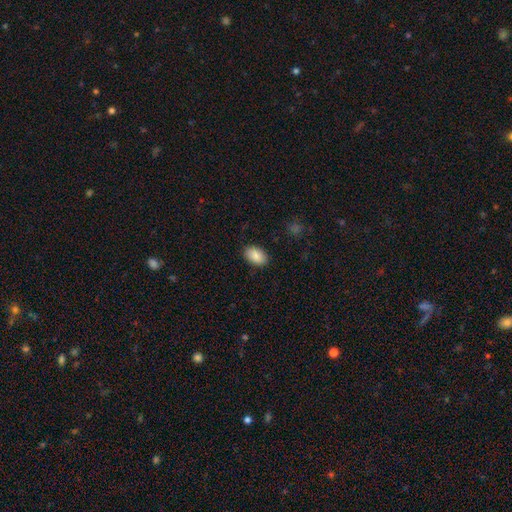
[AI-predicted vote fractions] This is clearly a smooth galaxy (88%). How rounded: clearly in between (91%). Merging: clearly none (88%).